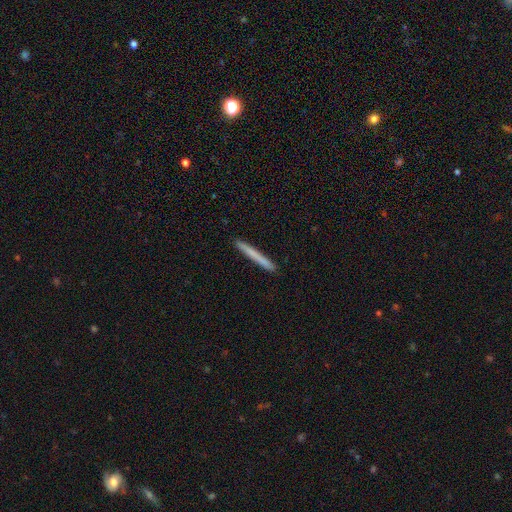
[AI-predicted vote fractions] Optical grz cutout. It shows a smooth galaxy with no disk features (68%) that is cigar-shaped (97%). Merging: none (93%).